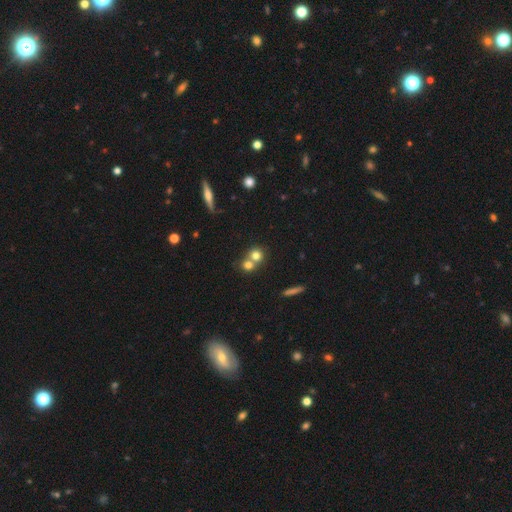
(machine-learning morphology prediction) A smooth galaxy with no disk features (73%) that is round (85%).

Vote fractions:
- Smooth or featured? smooth: 73% / featured or disk: 14% / star or artifact: 13%
- How rounded? round: 85% / in between: 14% / cigar-shaped: 2%
- Merging? merger: 54% / none: 38% / minor disturbance: 5% / major disturbance: 2%